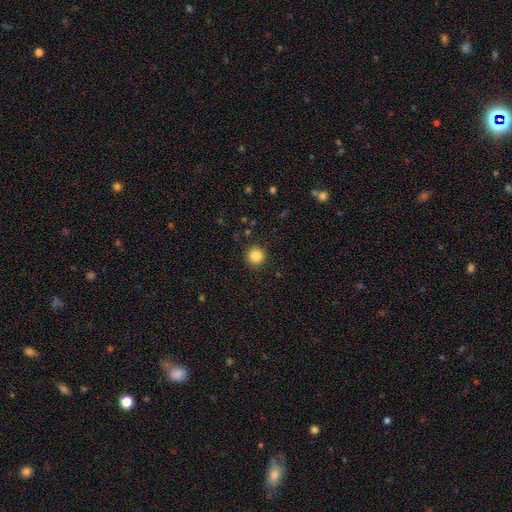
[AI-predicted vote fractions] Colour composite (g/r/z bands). It shows a smooth galaxy with no disk features (86%) that is round (95%). Merging: none (90%).